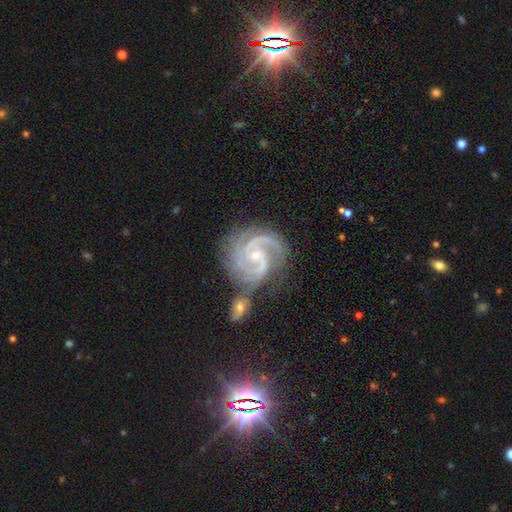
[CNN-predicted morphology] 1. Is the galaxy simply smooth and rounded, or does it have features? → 93% featured or disk, 4% star or artifact, 3% smooth.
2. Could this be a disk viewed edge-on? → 98% no, 2% yes.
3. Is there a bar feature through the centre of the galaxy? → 58% no, 31% weak, 10% strong.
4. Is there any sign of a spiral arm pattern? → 99% yes, 1% no.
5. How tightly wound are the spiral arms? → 57% tight, 38% medium, 5% loose.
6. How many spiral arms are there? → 40% 3, 38% 2, 7% can't tell, 6% 4, 4% 1, 4% more than 4.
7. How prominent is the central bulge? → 75% small, 22% moderate, 1% none, 1% large, 1% dominant.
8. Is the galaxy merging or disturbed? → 49% none, 24% merger, 18% minor disturbance, 8% major disturbance.